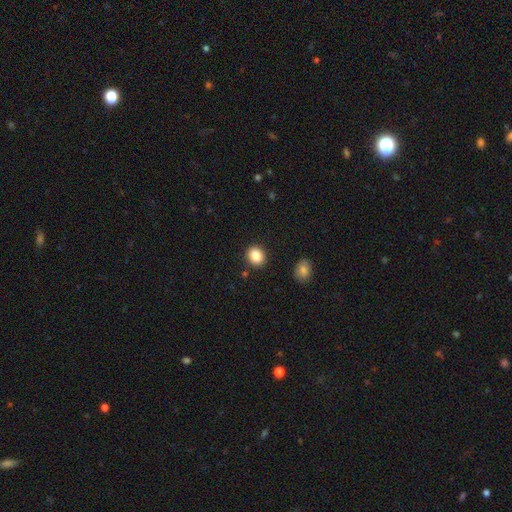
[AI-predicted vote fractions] A smooth galaxy with no disk features (85%) that is round (73%). Merging: none (89%).